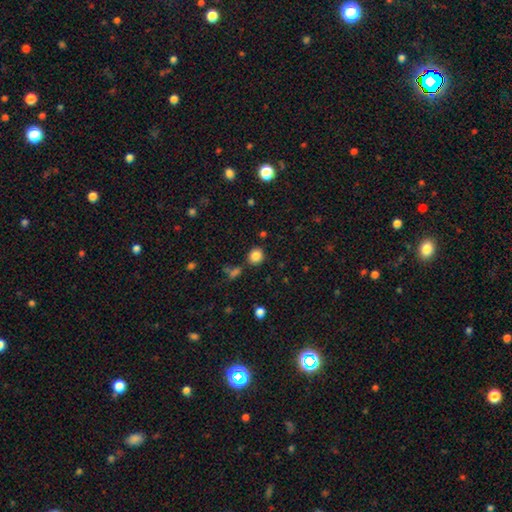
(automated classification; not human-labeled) Morphology: type=smooth (85%); roundness=round (80%); merging=none (83%).